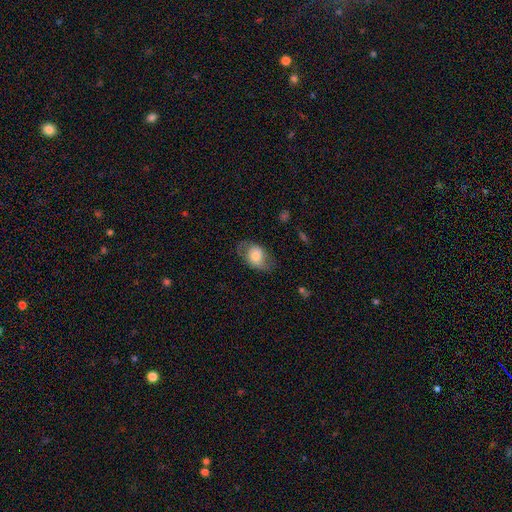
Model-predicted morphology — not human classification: smooth-or-featured: smooth: 63% | featured or disk: 29% | star or artifact: 7%
  how-rounded: in between: 76% | round: 22% | cigar-shaped: 1%
  merging: none: 65% | minor disturbance: 22% | major disturbance: 12% | merger: 1%